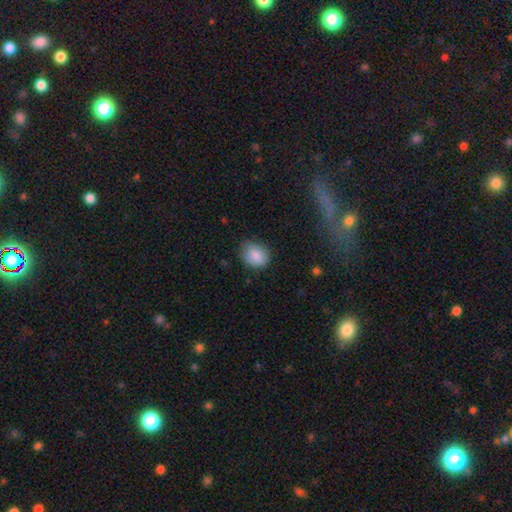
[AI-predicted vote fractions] This appears to be a smooth galaxy with no disk features (86%) that is round (53%). Merging: none (72%).